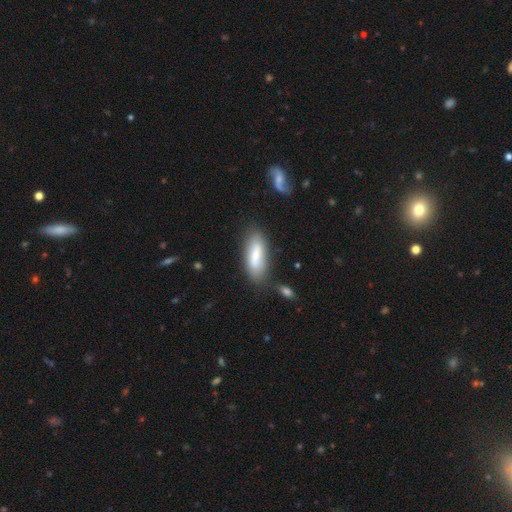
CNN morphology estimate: Smooth or featured?
  - smooth: 66% *
  - featured or disk: 27%
  - star or artifact: 6%
How rounded?
  - in between: 67% *
  - cigar-shaped: 31%
  - round: 2%
Merging?
  - none: 72% *
  - minor disturbance: 17%
  - merger: 6%
  - major disturbance: 5%